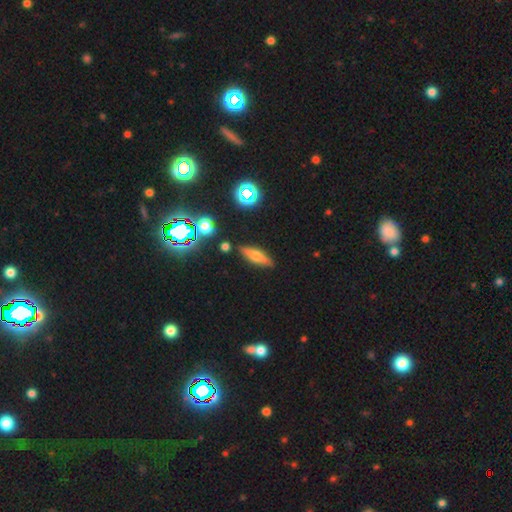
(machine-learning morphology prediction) This appears to be a smooth galaxy with no disk features (52%) that is cigar-shaped (54%). Merging: none (85%).